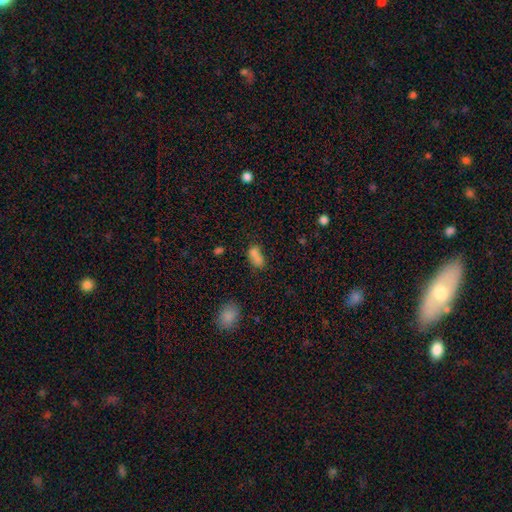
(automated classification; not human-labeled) Smooth or featured?
  - smooth: 76% *
  - star or artifact: 13%
  - featured or disk: 12%
How rounded?
  - in between: 76% *
  - round: 18%
  - cigar-shaped: 6%
Merging?
  - merger: 48% *
  - none: 31%
  - minor disturbance: 14%
  - major disturbance: 8%